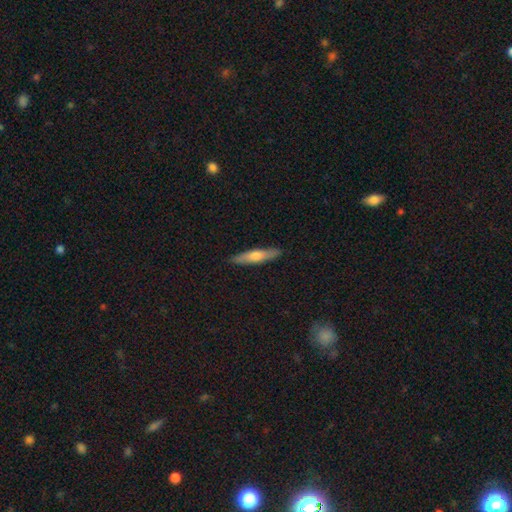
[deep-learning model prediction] Morphology: type=smooth (55%); roundness=cigar-shaped (85%); merging=none (90%).